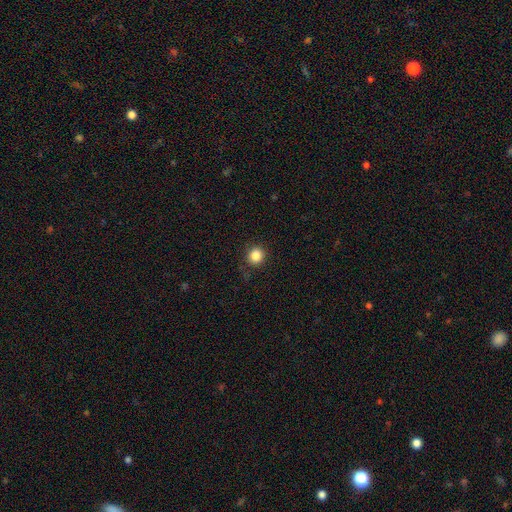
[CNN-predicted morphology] Overall: smooth (85%). How rounded: round (90%). Merging: none (88%).